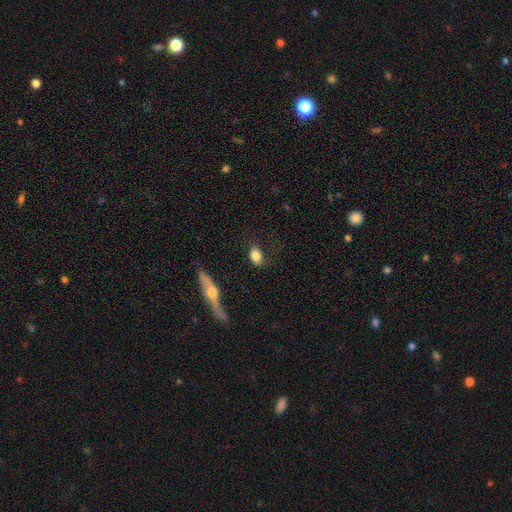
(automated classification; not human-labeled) Smooth or featured?
  - smooth: 78% *
  - featured or disk: 15%
  - star or artifact: 8%
How rounded?
  - in between: 77% *
  - round: 20%
  - cigar-shaped: 3%
Merging?
  - none: 63% *
  - minor disturbance: 20%
  - major disturbance: 12%
  - merger: 5%